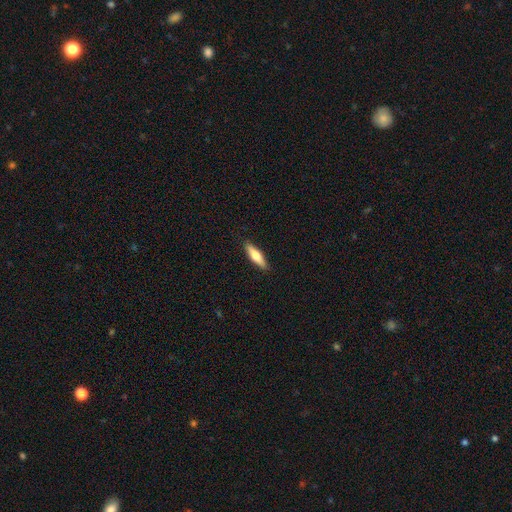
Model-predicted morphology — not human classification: A smooth galaxy with no disk features (62%) that is cigar-shaped (62%). Merging: none (90%).